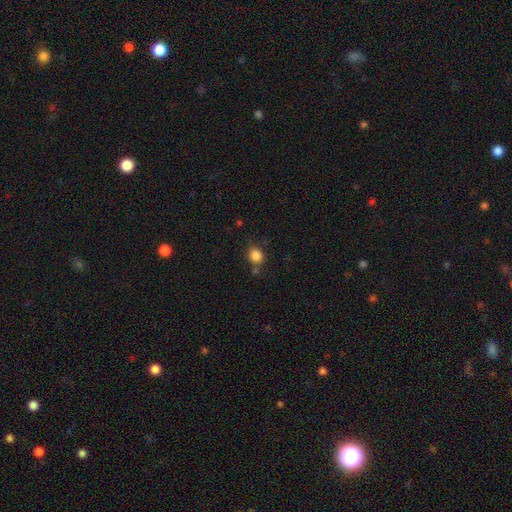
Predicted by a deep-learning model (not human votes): This is clearly a smooth galaxy (85%). How rounded: likely round (68%). Merging: likely none (74%).